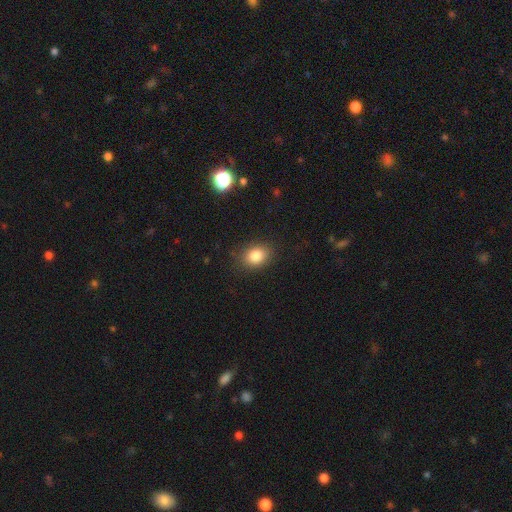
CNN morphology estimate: A smooth galaxy with no disk features (83%) that is in between round and cigar-shaped (60%). Merging: none (85%).